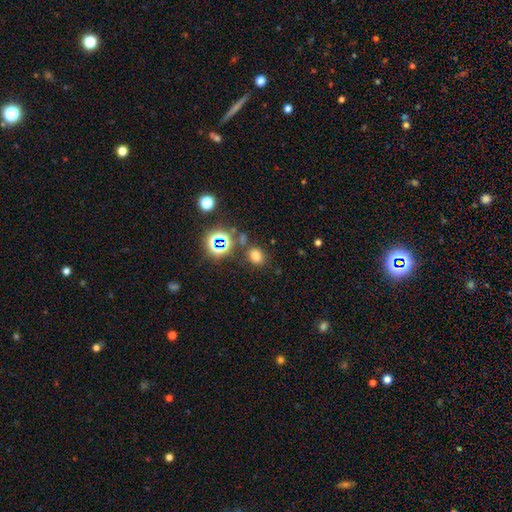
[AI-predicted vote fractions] A smooth galaxy with no disk features (68%) that is in between round and cigar-shaped (52%). Merging: none (77%).